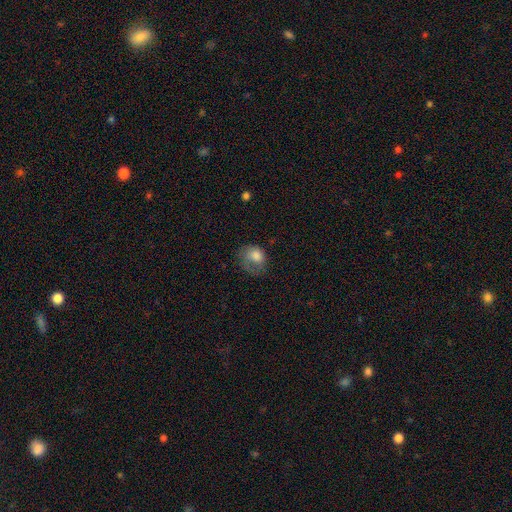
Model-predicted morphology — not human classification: Smooth or featured?
  - smooth: 73% *
  - featured or disk: 19%
  - star or artifact: 9%
How rounded?
  - round: 51% *
  - in between: 48%
  - cigar-shaped: 1%
Merging?
  - major disturbance: 38% *
  - none: 30%
  - minor disturbance: 29%
  - merger: 2%